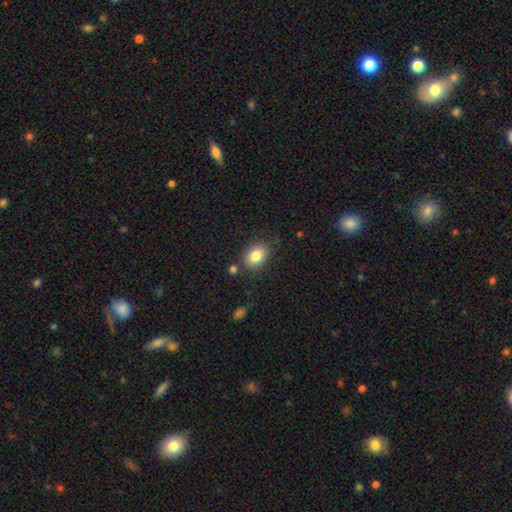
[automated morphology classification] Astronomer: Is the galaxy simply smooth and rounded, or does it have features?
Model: smooth — 82%.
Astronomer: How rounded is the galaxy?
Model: in between — 66%.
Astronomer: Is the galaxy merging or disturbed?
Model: none — 79%.